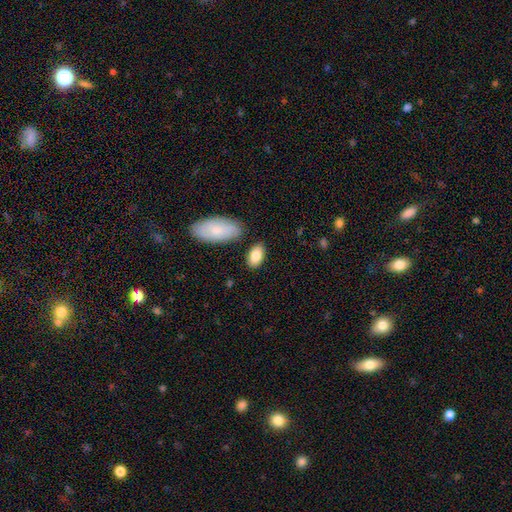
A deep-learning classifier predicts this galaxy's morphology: The model was most divided on "merging": none: 80%, minor disturbance: 11%, merger: 6%, major disturbance: 3%. More confident: how rounded — in between (93%); smooth or featured — smooth (83%).